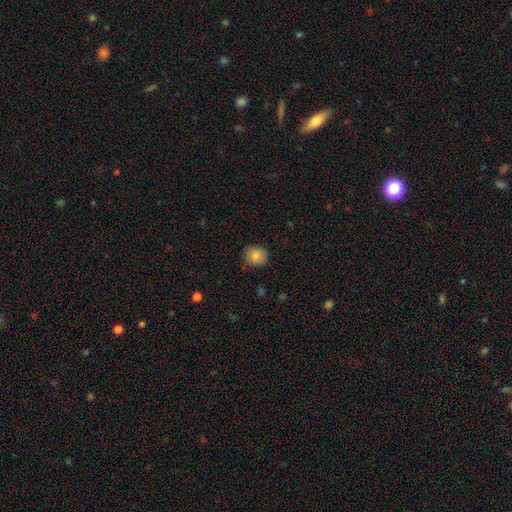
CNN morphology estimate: A smooth galaxy with no disk features (85%) that is round (83%).

Vote fractions:
- Smooth or featured? smooth: 85% / star or artifact: 9% / featured or disk: 6%
- How rounded? round: 83% / in between: 16% / cigar-shaped: 1%
- Merging? none: 83% / minor disturbance: 13% / major disturbance: 3% / merger: 1%